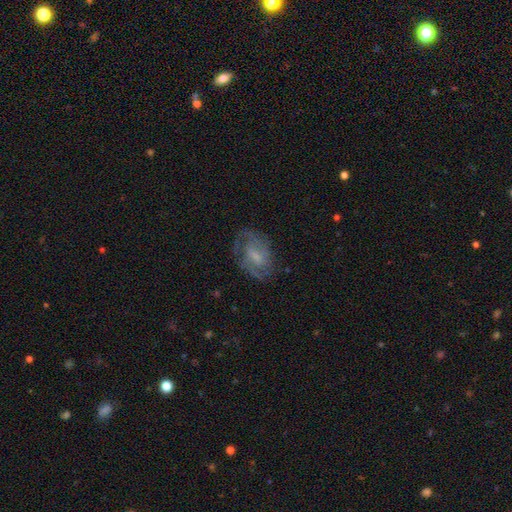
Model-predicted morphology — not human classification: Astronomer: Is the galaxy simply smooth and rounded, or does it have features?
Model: featured or disk — 73%.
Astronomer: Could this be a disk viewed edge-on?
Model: no — 97%.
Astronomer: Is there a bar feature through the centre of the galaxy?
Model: weak — 52% (runner-up: no, 35%).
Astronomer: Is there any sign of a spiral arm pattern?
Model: yes — 88%.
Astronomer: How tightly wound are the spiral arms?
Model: medium — 47% (runner-up: tight, 37%).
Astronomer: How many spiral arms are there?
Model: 2 — 47% (runner-up: can't tell, 27%).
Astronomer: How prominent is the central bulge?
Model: small — 51% (runner-up: moderate, 27%).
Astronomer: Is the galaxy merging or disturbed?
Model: none — 67%.